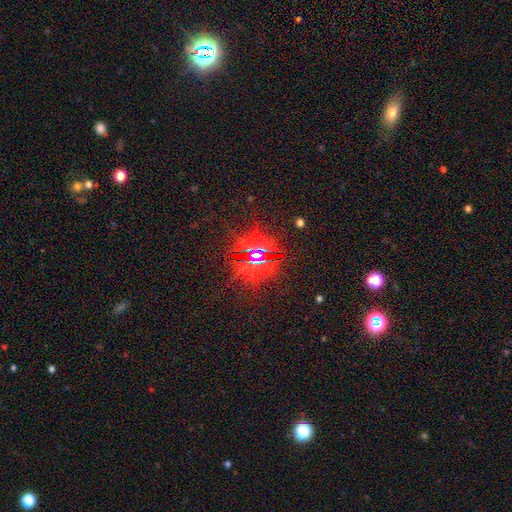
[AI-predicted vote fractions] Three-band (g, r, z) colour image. It shows a star or artifact, not a galaxy (83%).